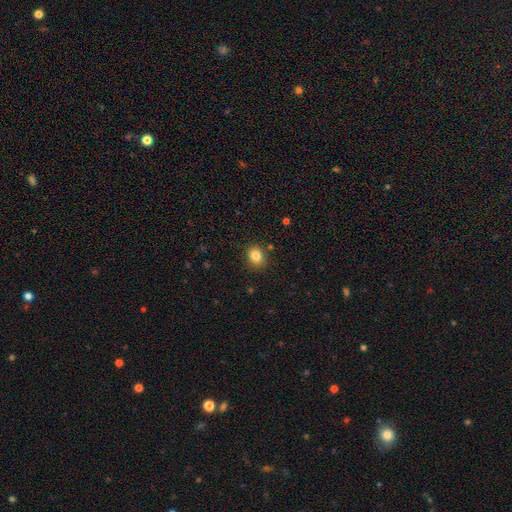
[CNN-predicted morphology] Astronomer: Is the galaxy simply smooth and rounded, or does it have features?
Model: smooth — 83%.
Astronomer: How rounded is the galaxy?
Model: round — 64%.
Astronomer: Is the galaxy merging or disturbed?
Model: none — 87%.